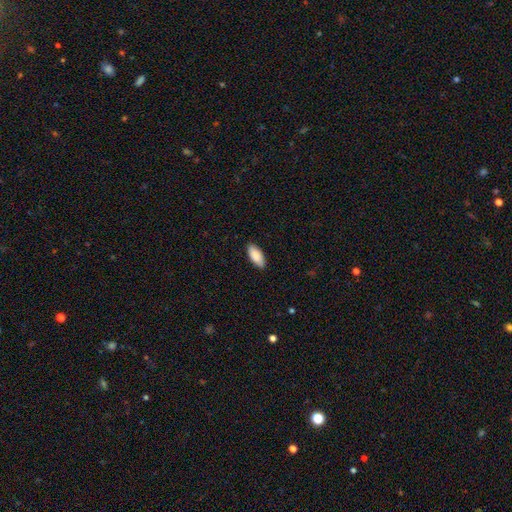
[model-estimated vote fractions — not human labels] A smooth galaxy with no disk features (88%) that is in between round and cigar-shaped (87%). Merging: none (87%).